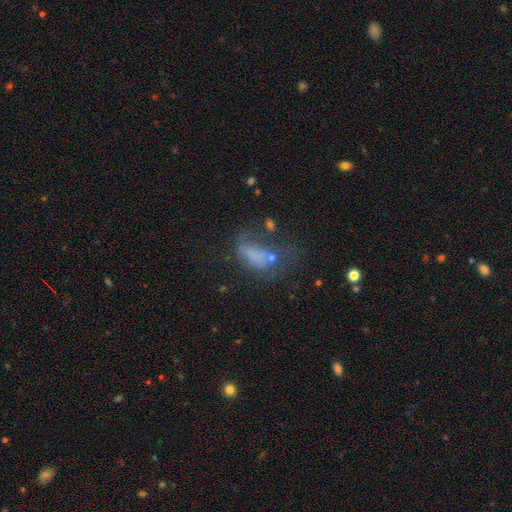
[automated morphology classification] Smooth or featured? smooth (50%)
Merging? major disturbance (41%)